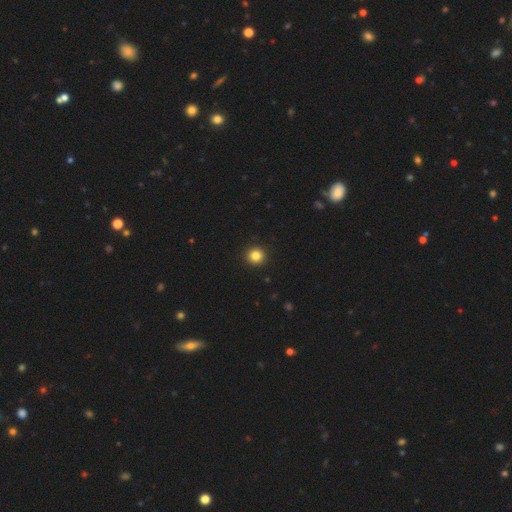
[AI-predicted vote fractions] smooth-or-featured: smooth: 84% | star or artifact: 11% | featured or disk: 5%
  how-rounded: round: 94% | in between: 5% | cigar-shaped: 1%
  merging: none: 93% | minor disturbance: 4% | major disturbance: 1% | merger: 1%